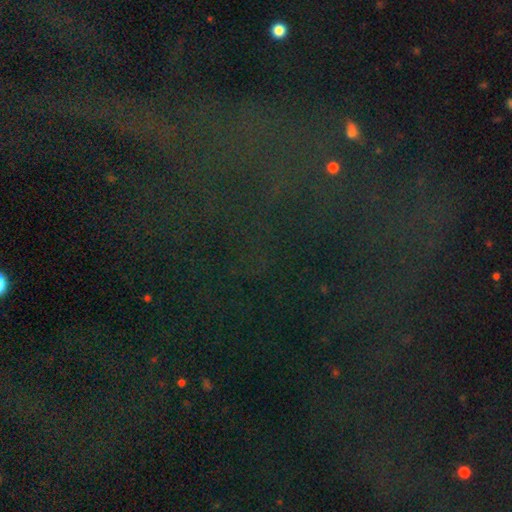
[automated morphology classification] This appears to be a star or artifact, not a galaxy (78%).